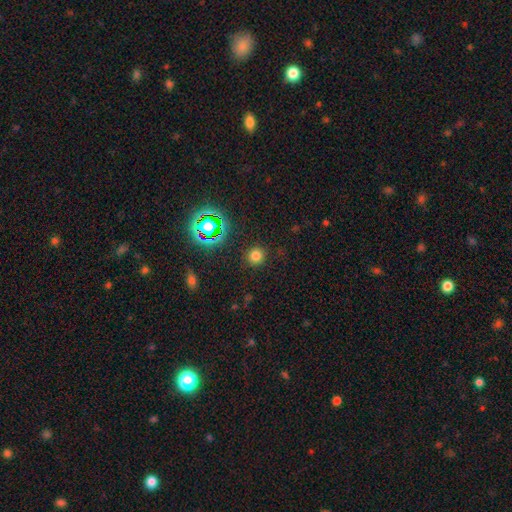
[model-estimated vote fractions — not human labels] A smooth galaxy with no disk features (74%) that is round (92%).

Vote fractions:
- Smooth or featured? smooth: 74% / star or artifact: 20% / featured or disk: 6%
- How rounded? round: 92% / in between: 7% / cigar-shaped: 1%
- Merging? none: 89% / minor disturbance: 7% / major disturbance: 3% / merger: 1%